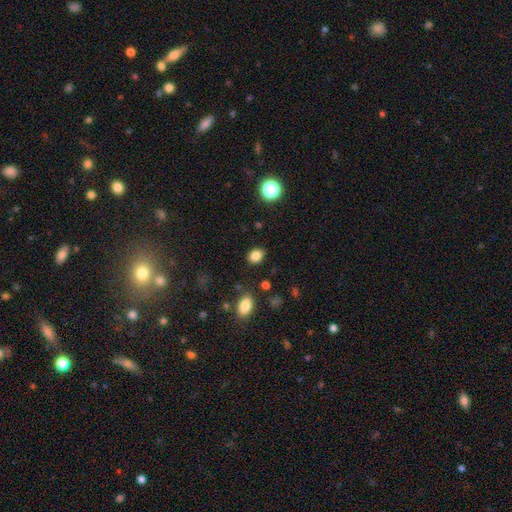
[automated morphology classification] This is clearly a smooth galaxy (83%). How rounded: possibly in between (57%). Merging: clearly none (85%).